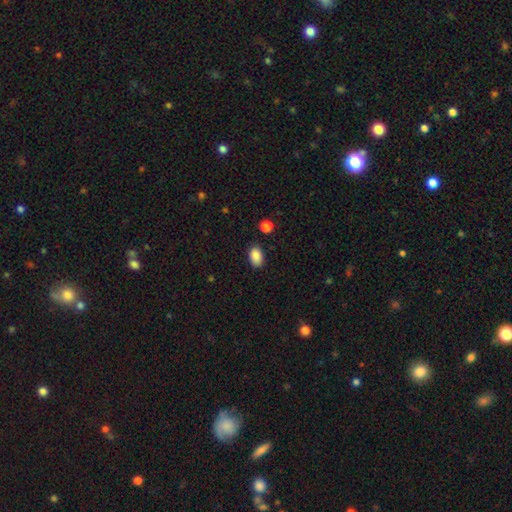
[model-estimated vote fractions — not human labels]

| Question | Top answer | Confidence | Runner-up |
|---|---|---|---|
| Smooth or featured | smooth | 88% | star or artifact (8%) |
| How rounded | in between | 90% | round (9%) |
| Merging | none | 85% | minor disturbance (11%) |